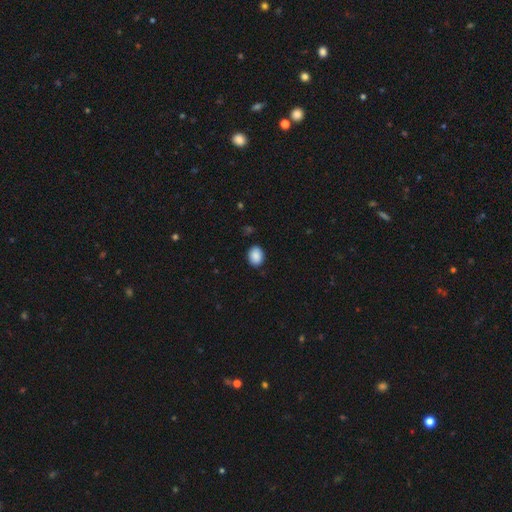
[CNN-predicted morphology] Q: Smooth or featured?
A: smooth (89%); runner-up: star or artifact (8%)
Q: How rounded?
A: in between (58%); runner-up: round (41%)
Q: Merging?
A: none (88%); runner-up: minor disturbance (9%)